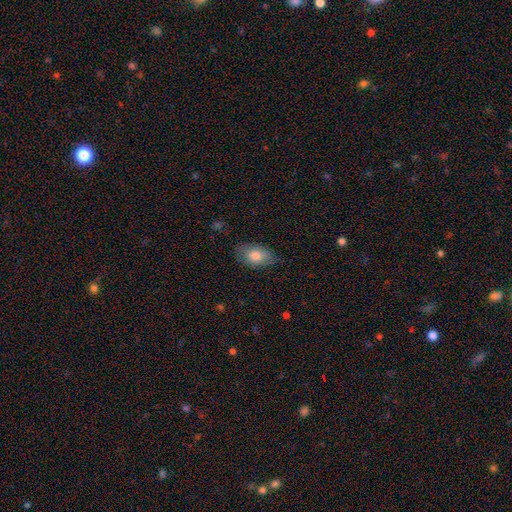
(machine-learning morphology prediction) Q: Smooth or featured?
A: smooth (80%); runner-up: featured or disk (13%)
Q: How rounded?
A: in between (90%); runner-up: round (9%)
Q: Merging?
A: none (77%); runner-up: minor disturbance (18%)